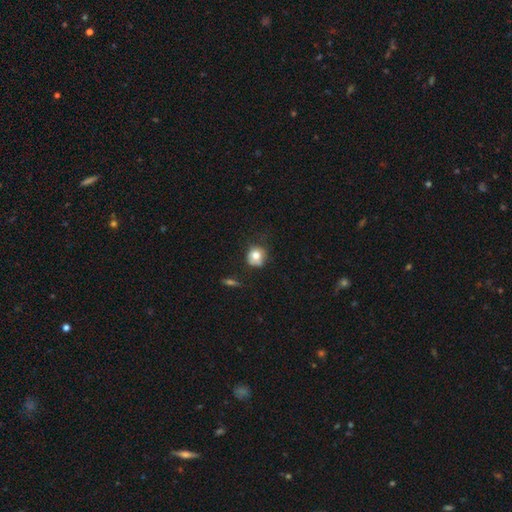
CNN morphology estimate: Q: Smooth or featured?
A: smooth (76%); runner-up: featured or disk (14%)
Q: How rounded?
A: round (80%); runner-up: in between (19%)
Q: Merging?
A: none (53%); runner-up: minor disturbance (30%)